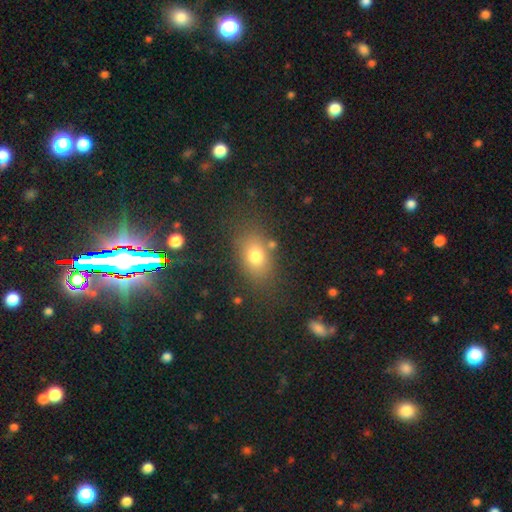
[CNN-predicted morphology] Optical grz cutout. It shows a smooth galaxy with no disk features (75%) that is in between round and cigar-shaped (72%). Merging: none (74%).